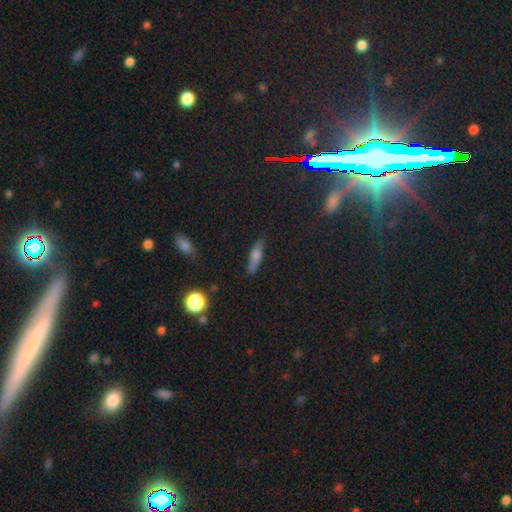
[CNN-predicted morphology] A smooth galaxy with no disk features (56%) that is cigar-shaped (62%). Merging: none (79%).